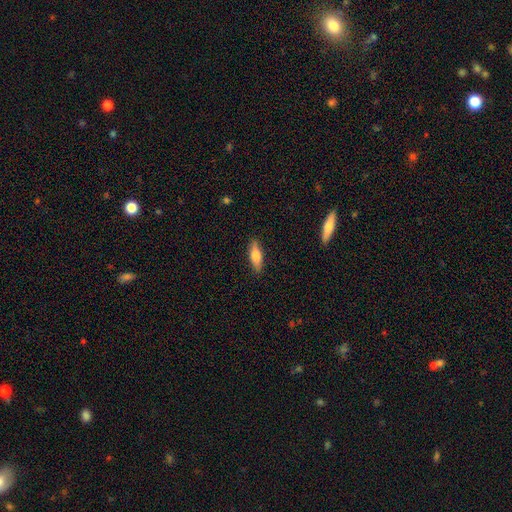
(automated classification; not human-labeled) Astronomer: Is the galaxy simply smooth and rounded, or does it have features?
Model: smooth — 68%.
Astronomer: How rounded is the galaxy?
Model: in between — 55% (runner-up: cigar-shaped, 43%).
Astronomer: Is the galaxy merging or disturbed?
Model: none — 88%.